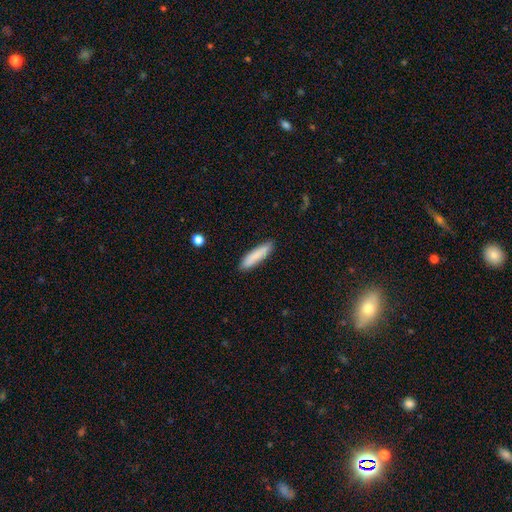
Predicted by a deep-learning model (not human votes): Smooth or featured: smooth — 86% (featured or disk — 8%)
How rounded: cigar-shaped — 81% (in between — 18%)
Merging: none — 89% (minor disturbance — 9%)